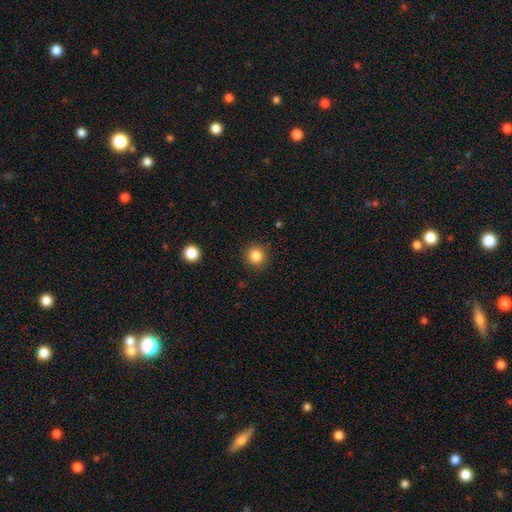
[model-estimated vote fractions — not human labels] A smooth galaxy with no disk features (84%) that is round (92%).

Vote fractions:
- Smooth or featured? smooth: 84% / star or artifact: 11% / featured or disk: 4%
- How rounded? round: 92% / in between: 7% / cigar-shaped: 1%
- Merging? none: 90% / minor disturbance: 6% / major disturbance: 2% / merger: 1%